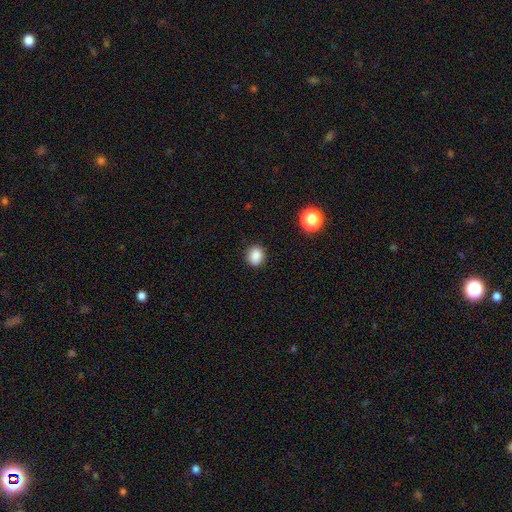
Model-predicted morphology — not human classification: smooth-or-featured: smooth: 86% | star or artifact: 11% | featured or disk: 4%
  how-rounded: round: 76% | in between: 23% | cigar-shaped: 1%
  merging: none: 89% | minor disturbance: 8% | major disturbance: 2% | merger: 1%